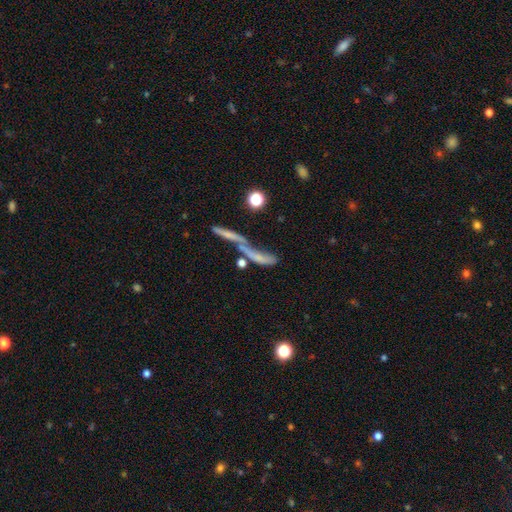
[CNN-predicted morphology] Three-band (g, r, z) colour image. It shows a smooth galaxy with no disk features (46%). Merging: merger (47%).